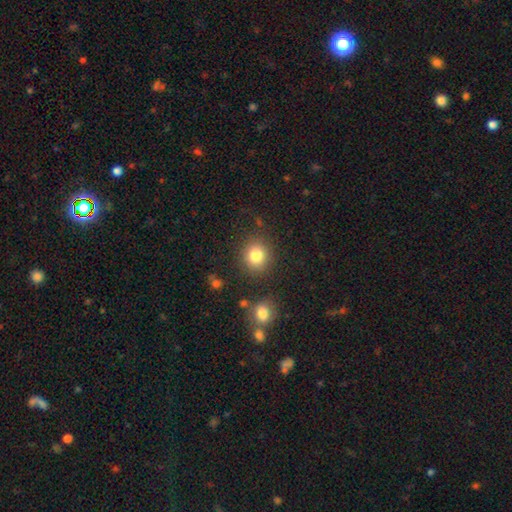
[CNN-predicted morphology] type=smooth (82%); roundness=round (82%); merging=none (83%).